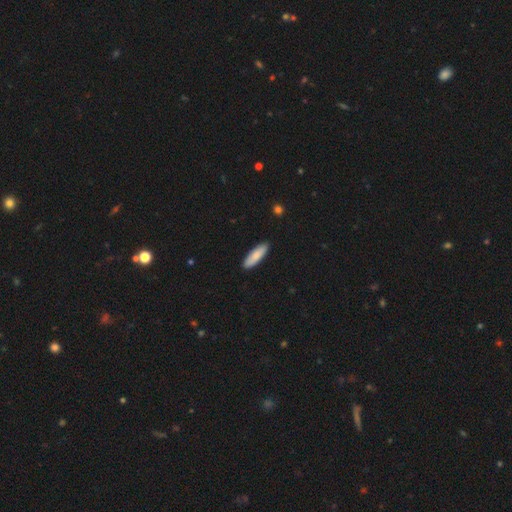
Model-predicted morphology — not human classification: Smooth or featured? smooth (82%)
How rounded? cigar-shaped (58%)
Merging? none (90%)